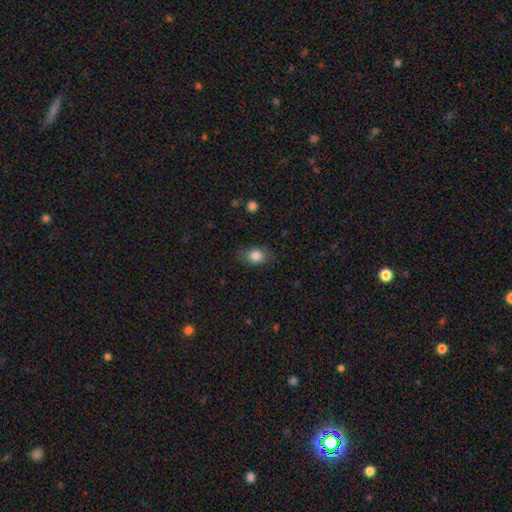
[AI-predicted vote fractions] This is clearly a smooth galaxy (83%). How rounded: likely in between (67%). Merging: likely none (79%).